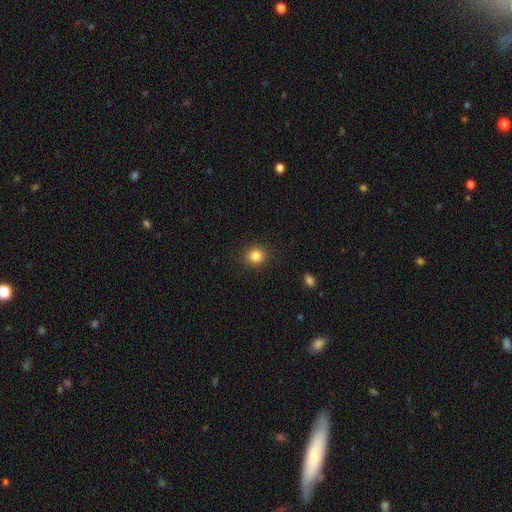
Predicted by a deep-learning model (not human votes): Smooth or featured?
  - smooth: 84% *
  - star or artifact: 11%
  - featured or disk: 5%
How rounded?
  - round: 89% *
  - in between: 10%
  - cigar-shaped: 1%
Merging?
  - none: 91% *
  - minor disturbance: 6%
  - major disturbance: 2%
  - merger: 1%